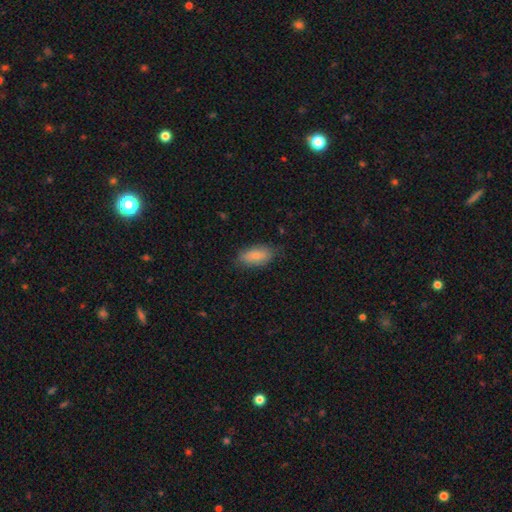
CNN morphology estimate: Smooth or featured?
  - smooth: 81% *
  - featured or disk: 12%
  - star or artifact: 7%
How rounded?
  - in between: 89% *
  - cigar-shaped: 7%
  - round: 3%
Merging?
  - none: 77% *
  - minor disturbance: 18%
  - major disturbance: 4%
  - merger: 1%